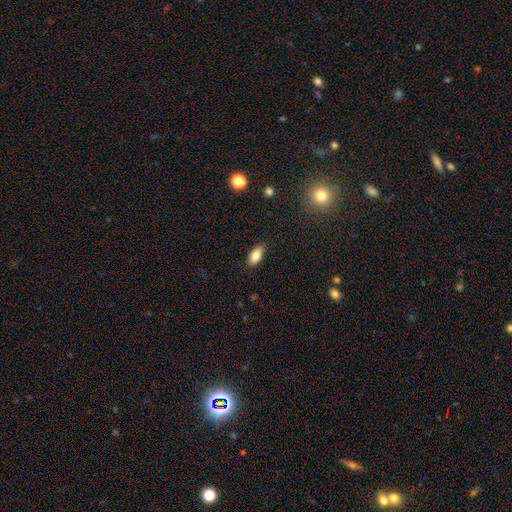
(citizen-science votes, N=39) smooth-or-featured: smooth: 85% | featured or disk: 10% | star or artifact: 5%
  how-rounded: in between: 97% | cigar-shaped: 3% | round: 0%
  merging: none: 84% | minor disturbance: 16% | major disturbance: 0% | merger: 0%